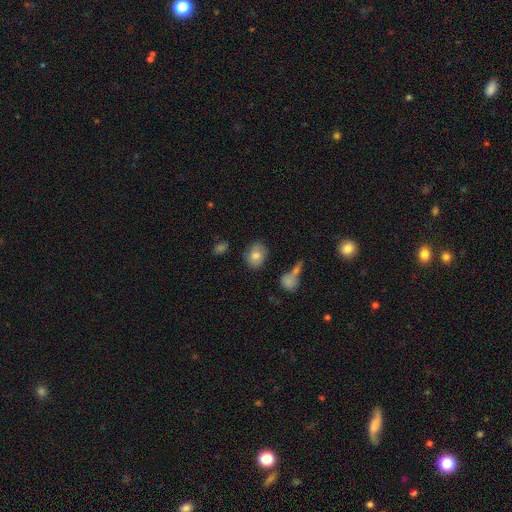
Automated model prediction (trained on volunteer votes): smooth-or-featured: smooth: 78% | featured or disk: 14% | star or artifact: 8%
  how-rounded: in between: 51% | round: 47% | cigar-shaped: 1%
  merging: none: 77% | minor disturbance: 14% | merger: 5% | major disturbance: 4%